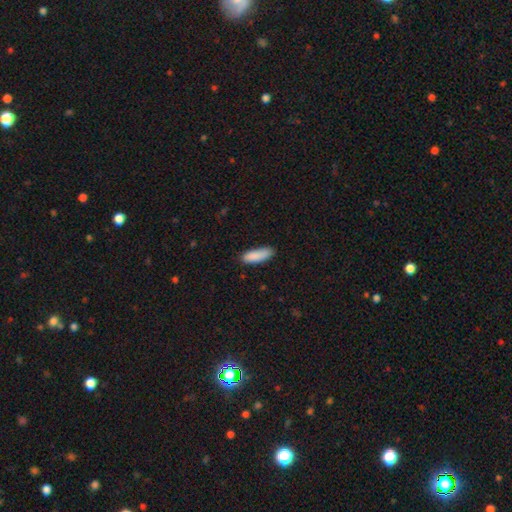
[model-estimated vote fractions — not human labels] Smooth or featured? smooth (89%)
How rounded? in between (55%)
Merging? none (79%)